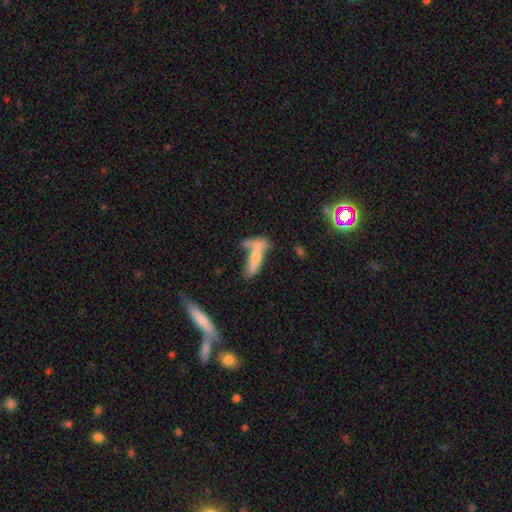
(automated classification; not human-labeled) Morphology: type=smooth (53%); roundness=cigar-shaped (67%); merging=merger (32%).